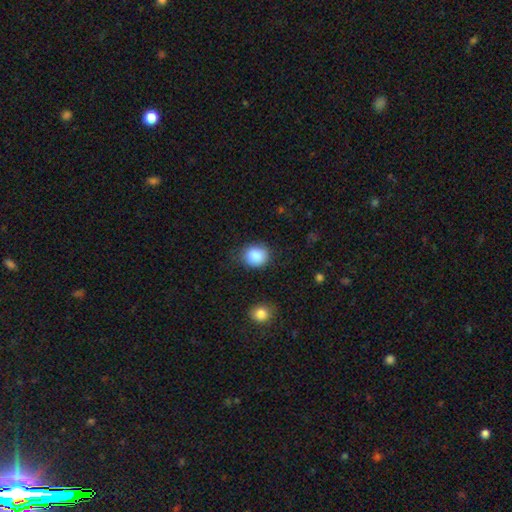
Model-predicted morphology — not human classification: Smooth or featured? Predicted: smooth (p=0.88). How rounded? Predicted: round (p=0.73). Merging? Predicted: none (p=0.80).